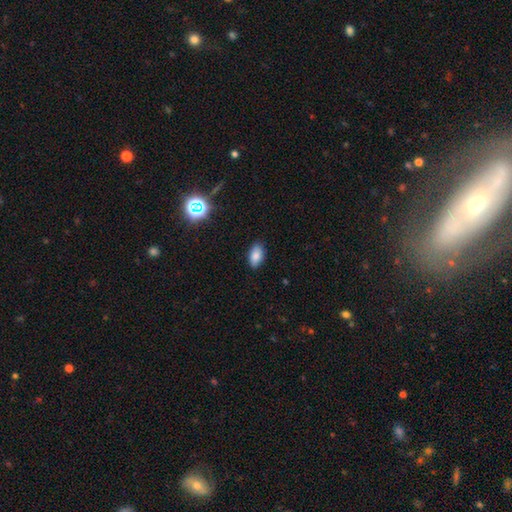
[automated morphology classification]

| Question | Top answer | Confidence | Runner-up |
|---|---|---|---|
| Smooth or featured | smooth | 83% | star or artifact (10%) |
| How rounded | in between | 93% | round (5%) |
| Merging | none | 86% | minor disturbance (11%) |